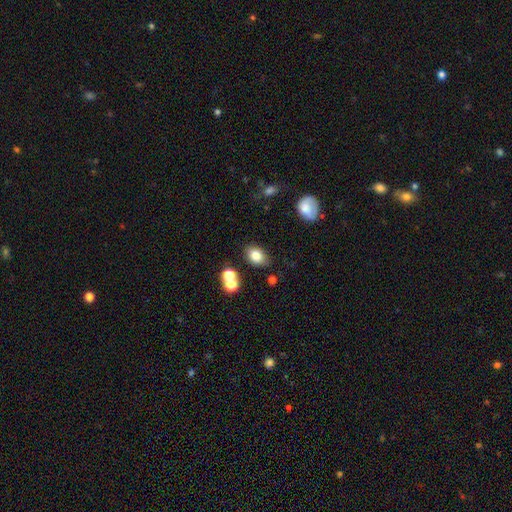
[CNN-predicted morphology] Smooth or featured? Predicted: smooth (p=0.80). How rounded? Predicted: in between (p=0.81). Merging? Predicted: none (p=0.76).